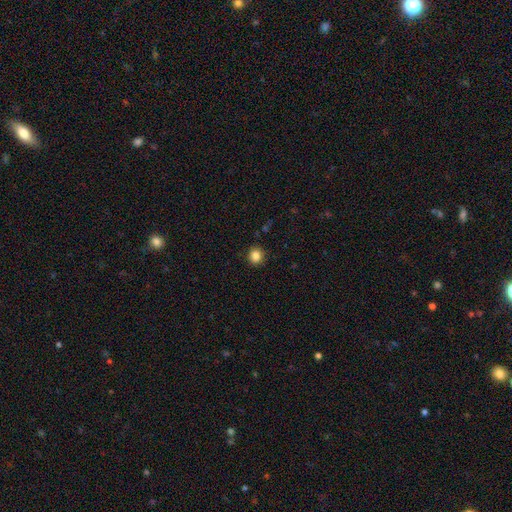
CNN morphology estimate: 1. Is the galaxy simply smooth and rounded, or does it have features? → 84% smooth, 11% star or artifact, 5% featured or disk.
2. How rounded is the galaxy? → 87% round, 12% in between, 1% cigar-shaped.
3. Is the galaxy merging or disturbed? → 90% none, 7% minor disturbance, 2% major disturbance, 1% merger.